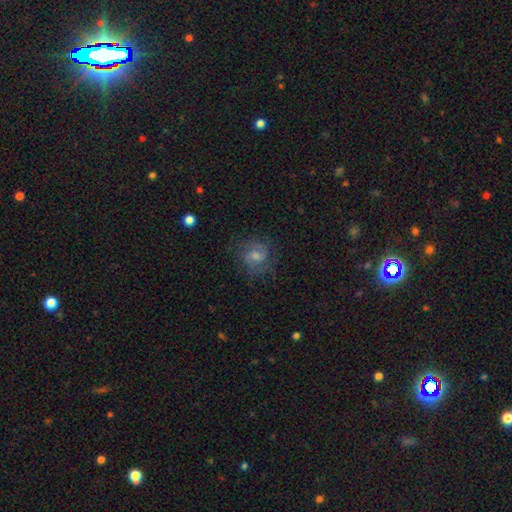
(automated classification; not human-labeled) A featured or disk galaxy (57%) with a weak bar (51%), spiral arms (87%) and a moderate central bulge (47%).

Vote fractions:
- Smooth or featured? featured or disk: 57% / smooth: 32% / star or artifact: 11%
- Edge-on disk? no: 97% / yes: 3%
- Bar? weak: 51% / no: 37% / strong: 11%
- Spiral arms? yes: 87% / no: 13%
- Bulge size? moderate: 47% / small: 34% / none: 10% / large: 8% / dominant: 1%
- Merging? none: 72% / minor disturbance: 17% / major disturbance: 10% / merger: 1%